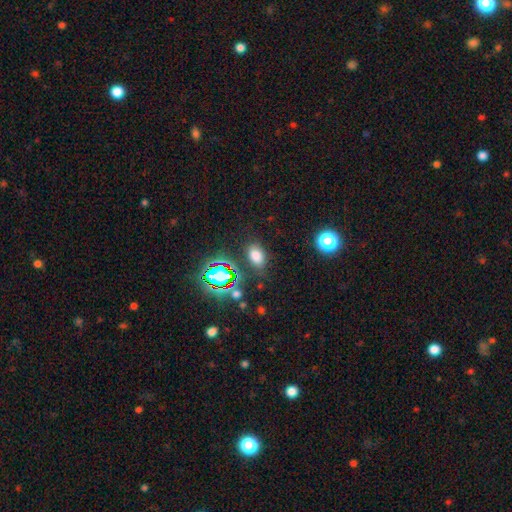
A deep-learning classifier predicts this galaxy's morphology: smooth_or_featured: smooth (p=0.70) [alt: star or artifact p=0.23]
how_rounded: in between (p=0.84) [alt: round p=0.14]
merging: none (p=0.79) [alt: minor disturbance p=0.13]